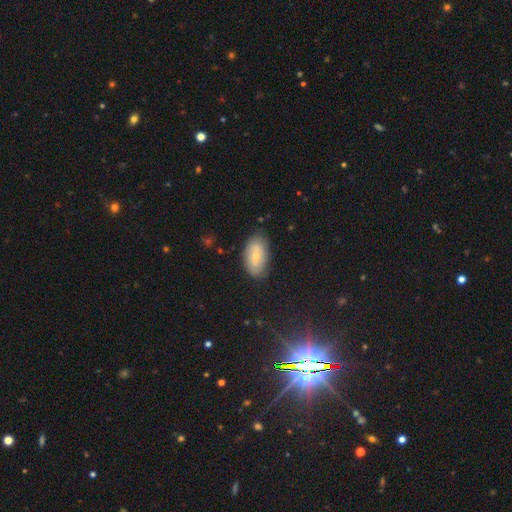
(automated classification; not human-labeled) smooth-or-featured: smooth: 53% | featured or disk: 39% | star or artifact: 8%
  how-rounded: in between: 93% | round: 5% | cigar-shaped: 3%
  merging: none: 76% | minor disturbance: 18% | major disturbance: 4% | merger: 2%